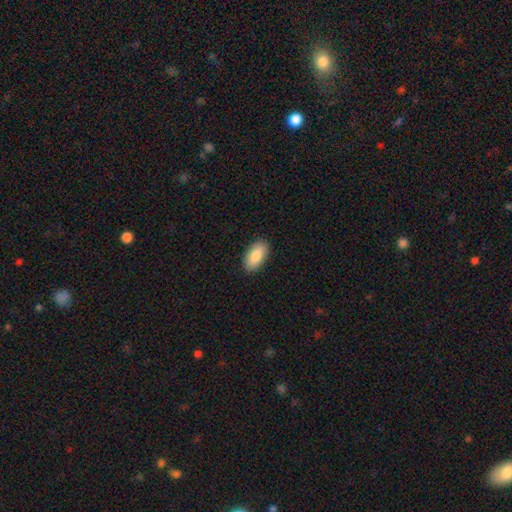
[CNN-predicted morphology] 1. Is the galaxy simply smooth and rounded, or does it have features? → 85% smooth, 9% featured or disk, 6% star or artifact.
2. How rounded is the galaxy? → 93% in between, 4% cigar-shaped, 3% round.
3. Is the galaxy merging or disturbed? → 89% none, 8% minor disturbance, 2% major disturbance, 1% merger.